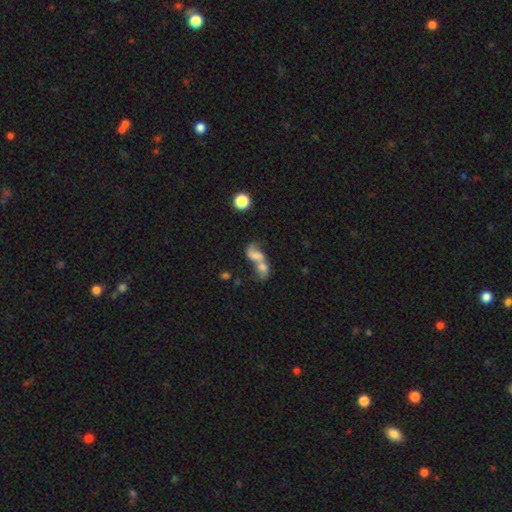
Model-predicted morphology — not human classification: The model was most divided on "smooth or featured": smooth: 53%, featured or disk: 34%, star or artifact: 13%. More confident: merging — merger (77%); how rounded — in between (73%).